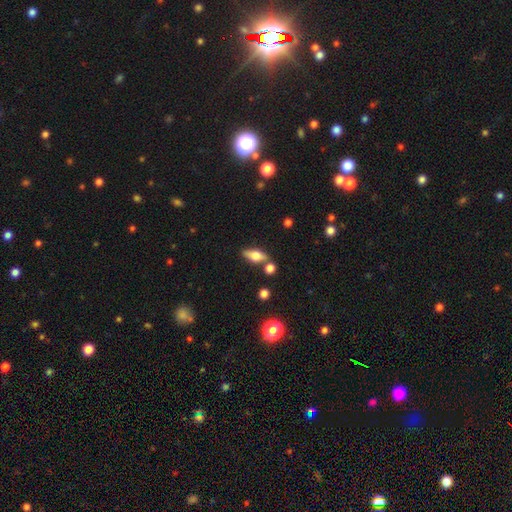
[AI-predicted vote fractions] A smooth galaxy with no disk features (51%) that is in between round and cigar-shaped (68%). Merging: none (73%).